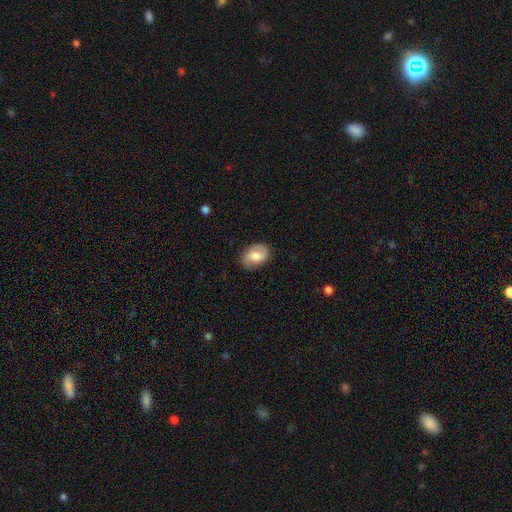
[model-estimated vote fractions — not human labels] This appears to be a smooth galaxy with no disk features (58%) that is in between round and cigar-shaped (81%). Merging: none (79%).